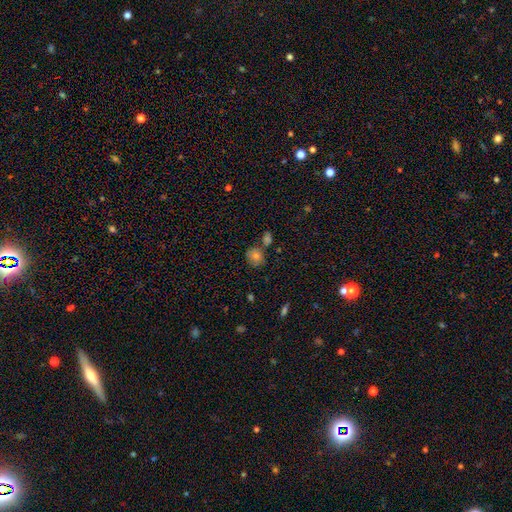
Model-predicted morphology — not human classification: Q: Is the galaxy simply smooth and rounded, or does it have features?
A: smooth — 74%.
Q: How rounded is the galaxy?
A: round — 74%.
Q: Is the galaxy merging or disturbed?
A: none — 69%.